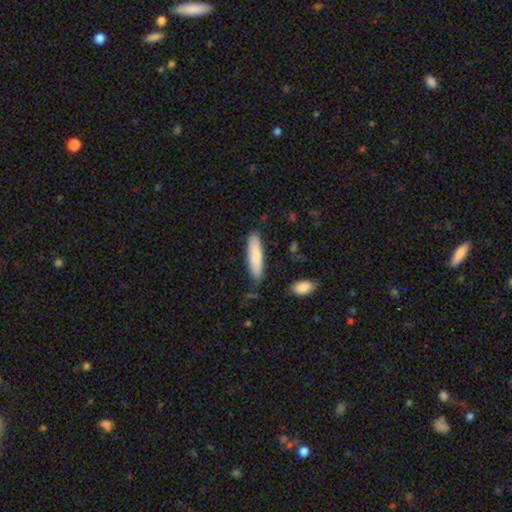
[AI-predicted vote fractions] The model was most divided on "how rounded": cigar-shaped: 76%, in between: 23%, round: 1%. More confident: merging — none (83%); smooth or featured — smooth (82%).